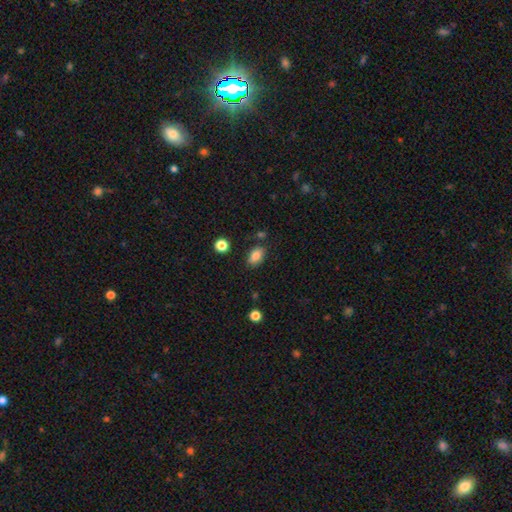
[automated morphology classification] A smooth galaxy with no disk features (85%) that is in between round and cigar-shaped (85%). Merging: none (80%).